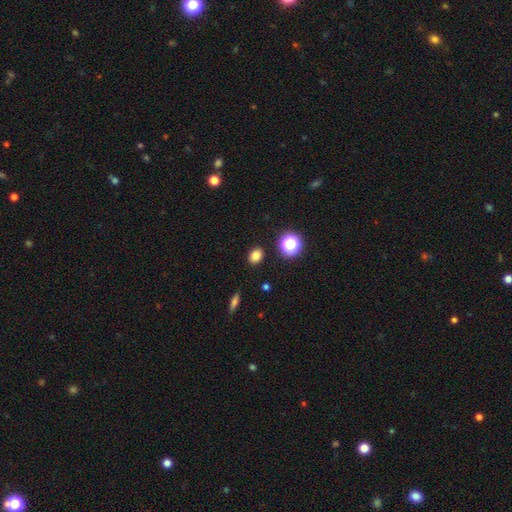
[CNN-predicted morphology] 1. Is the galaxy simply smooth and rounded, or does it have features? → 79% smooth, 15% star or artifact, 6% featured or disk.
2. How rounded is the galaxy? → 51% in between, 48% round, 1% cigar-shaped.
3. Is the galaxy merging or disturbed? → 88% none, 8% minor disturbance, 2% major disturbance, 2% merger.